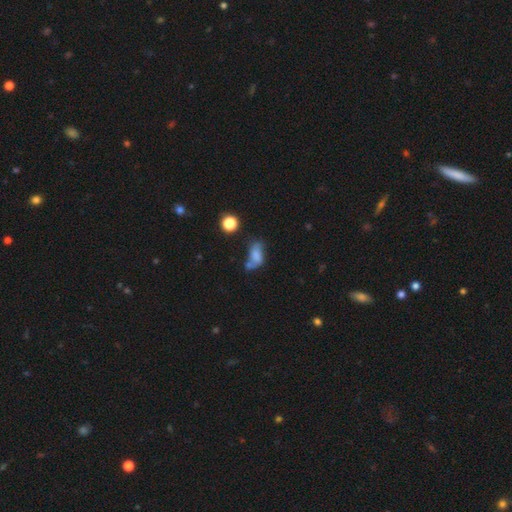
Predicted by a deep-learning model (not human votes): smooth_or_featured: smooth (p=0.62) [alt: featured or disk p=0.24]
how_rounded: in between (p=0.83) [alt: round p=0.12]
merging: none (p=0.33) [alt: merger p=0.25]